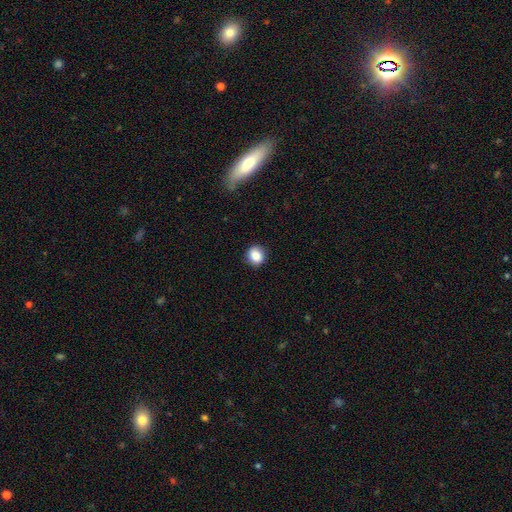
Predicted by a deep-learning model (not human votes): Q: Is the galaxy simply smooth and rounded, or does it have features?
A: smooth — 86%.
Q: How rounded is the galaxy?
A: round — 74%.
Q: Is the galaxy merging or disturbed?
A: none — 89%.